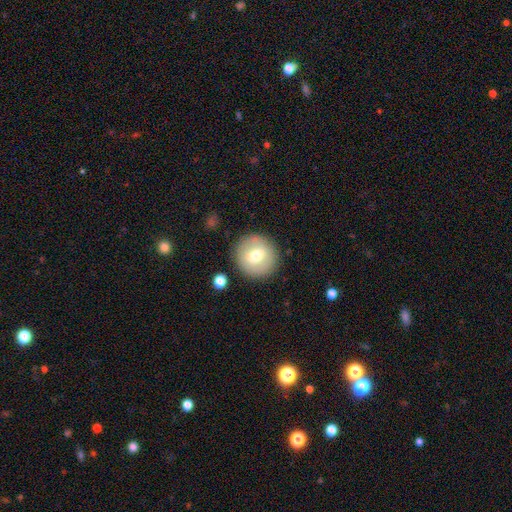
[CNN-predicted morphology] Smooth or featured: smooth — 65% (featured or disk — 27%)
How rounded: round — 92% (in between — 7%)
Merging: none — 87% (minor disturbance — 8%)